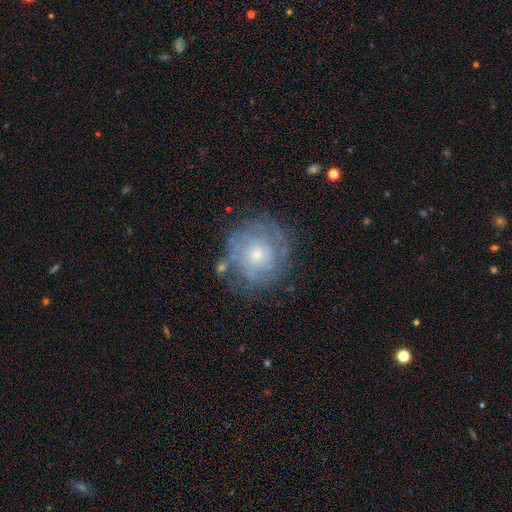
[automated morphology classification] Smooth or featured? Predicted: featured or disk (p=0.63). Edge-on disk? Predicted: no (p=0.97). Bar? Predicted: no (p=0.82). Spiral arms? Predicted: yes (p=0.70). Bulge size? Predicted: small (p=0.60). Merging? Predicted: none (p=0.73).